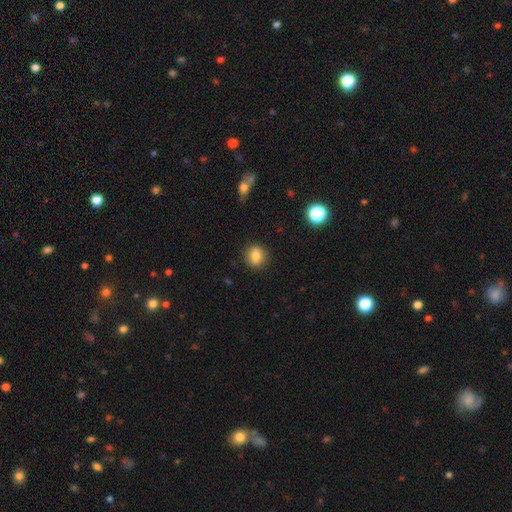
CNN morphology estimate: type=smooth (83%); roundness=round (76%); merging=none (88%).